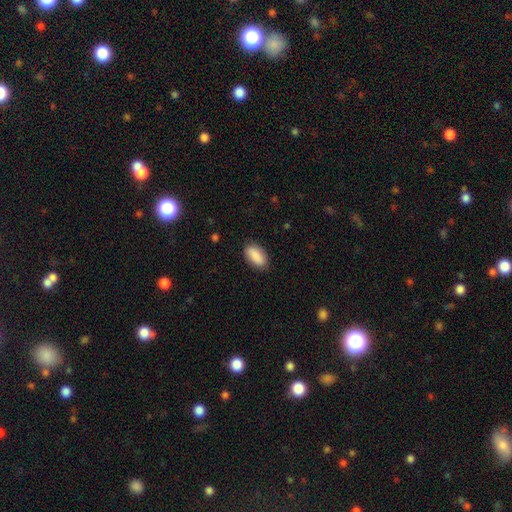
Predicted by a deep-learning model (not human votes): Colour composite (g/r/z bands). It shows a smooth galaxy with no disk features (90%) that is in between round and cigar-shaped (91%). Merging: none (86%).